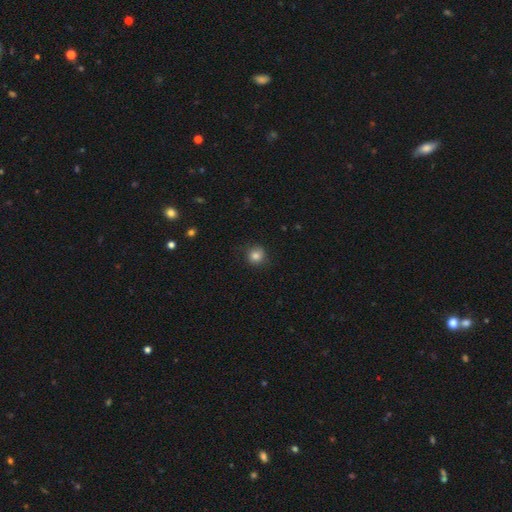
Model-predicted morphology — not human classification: Overall: smooth (83%). How rounded: round (89%). Merging: none (82%).